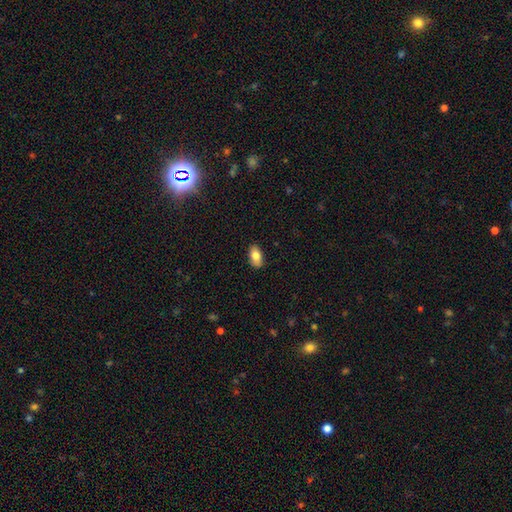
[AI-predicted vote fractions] smooth 81%, featured or disk 12%, star or artifact 7%. Down the decision tree: how rounded — in between (92%); merging — none (85%).